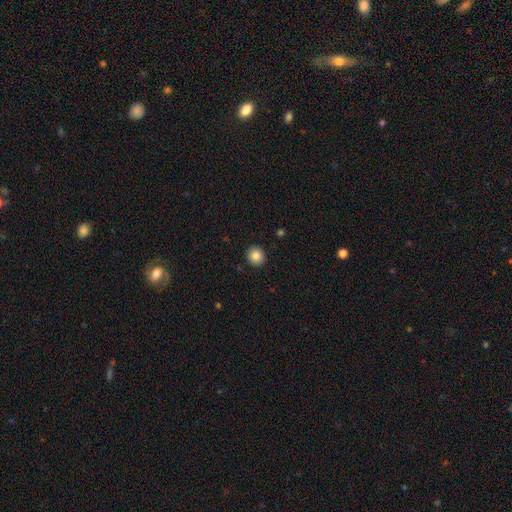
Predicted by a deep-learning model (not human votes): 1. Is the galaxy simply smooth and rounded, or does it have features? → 85% smooth, 9% star or artifact, 6% featured or disk.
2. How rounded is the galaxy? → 89% round, 10% in between, 1% cigar-shaped.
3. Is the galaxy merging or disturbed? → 92% none, 5% minor disturbance, 2% major disturbance, 1% merger.